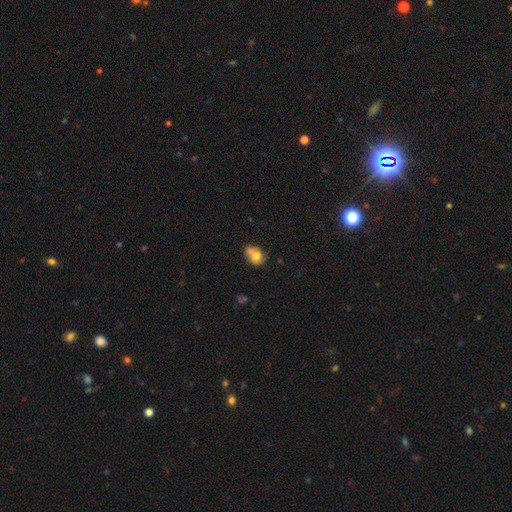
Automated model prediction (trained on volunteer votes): This is likely a smooth galaxy (67%). How rounded: possibly round (56%). Merging: possibly merger (48%).